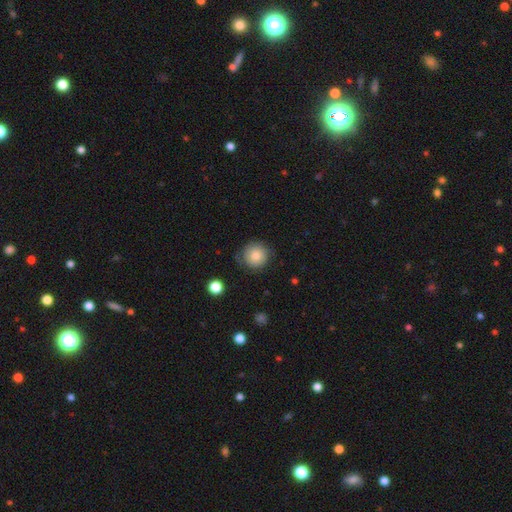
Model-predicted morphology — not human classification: This is likely a smooth galaxy (80%). How rounded: clearly round (93%). Merging: likely none (74%).